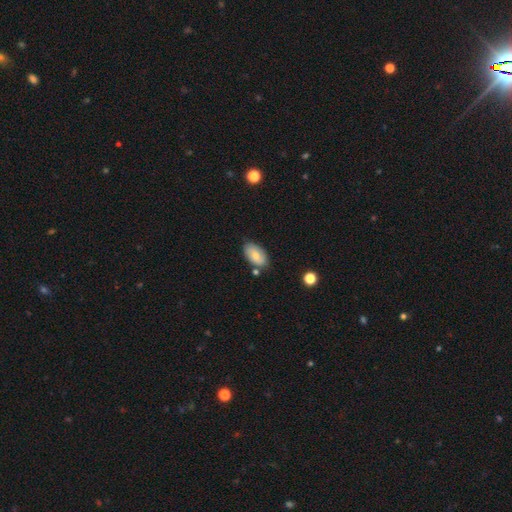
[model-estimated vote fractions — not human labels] Q: Smooth or featured?
A: smooth (73%); runner-up: featured or disk (20%)
Q: How rounded?
A: in between (93%); runner-up: round (5%)
Q: Merging?
A: none (75%); runner-up: minor disturbance (17%)